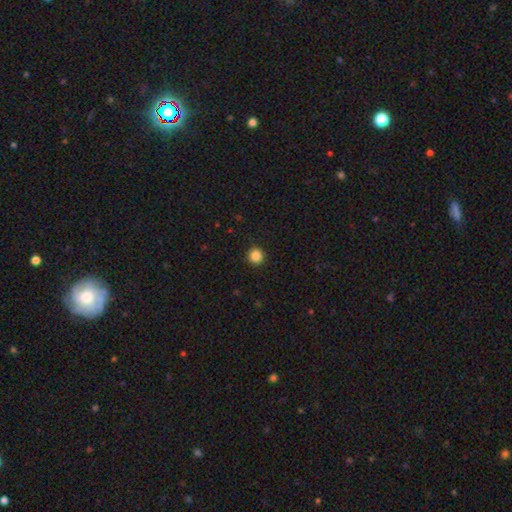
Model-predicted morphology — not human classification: Smooth or featured? Predicted: smooth (p=0.86). How rounded? Predicted: round (p=0.95). Merging? Predicted: none (p=0.93).